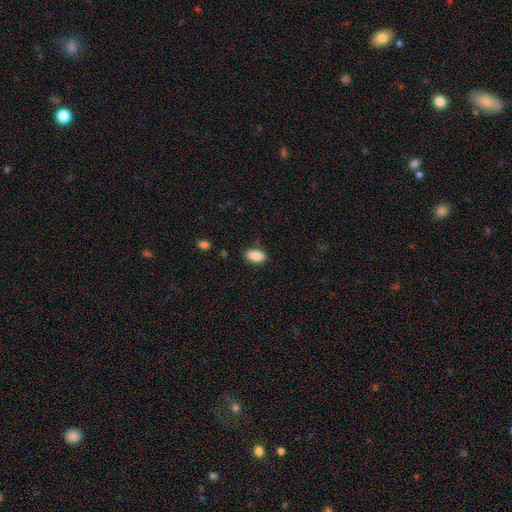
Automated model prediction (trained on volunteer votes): A smooth galaxy with no disk features (89%) that is in between round and cigar-shaped (93%). Merging: none (82%).